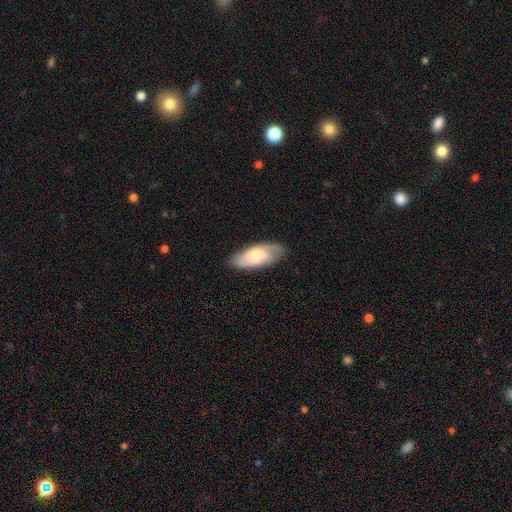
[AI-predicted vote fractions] This is possibly a smooth galaxy (48%). Merging: likely none (77%).